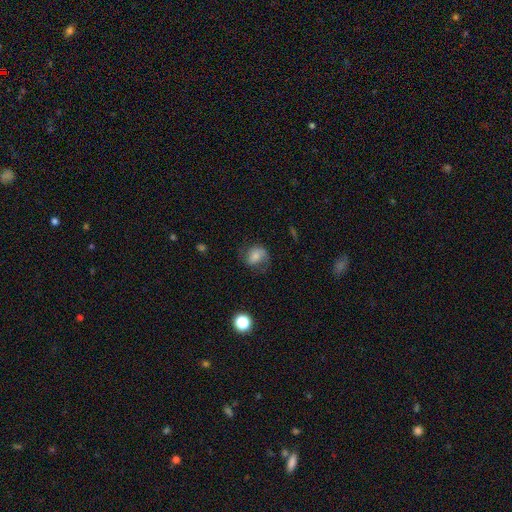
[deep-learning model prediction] Smooth or featured? smooth (59%)
How rounded? in between (49%, tied with round)
Merging? none (53%)